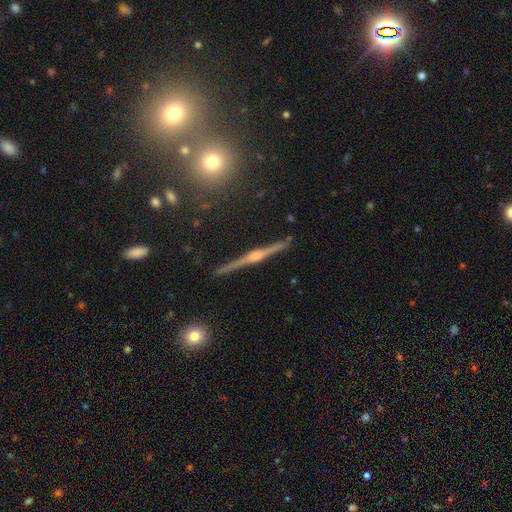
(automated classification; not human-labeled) Overall: featured or disk (85%). Edge-on disk: yes (98%). Edge-on bulge: rounded (87%). Merging: none (91%).